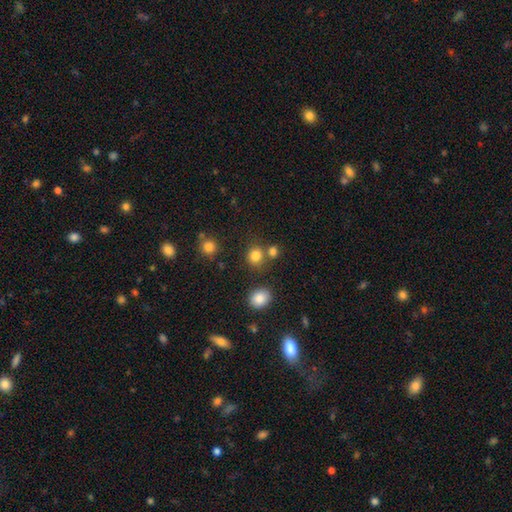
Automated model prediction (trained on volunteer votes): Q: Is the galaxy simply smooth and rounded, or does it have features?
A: smooth — 81%.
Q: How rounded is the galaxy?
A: round — 83%.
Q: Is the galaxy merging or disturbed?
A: none — 70%.